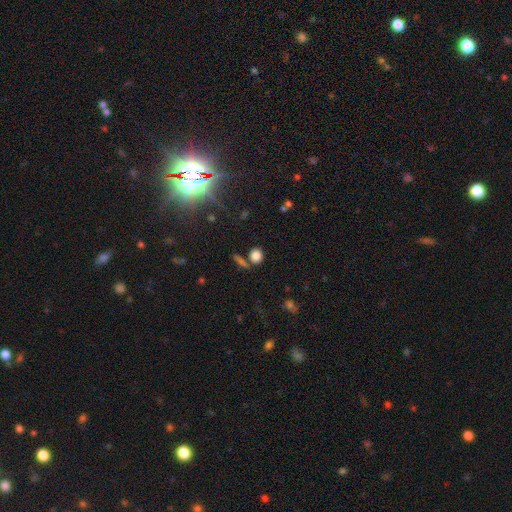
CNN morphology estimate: A smooth galaxy with no disk features (81%) that is round (76%).

Vote fractions:
- Smooth or featured? smooth: 81% / star or artifact: 14% / featured or disk: 6%
- How rounded? round: 76% / in between: 22% / cigar-shaped: 2%
- Merging? none: 75% / merger: 12% / minor disturbance: 10% / major disturbance: 4%